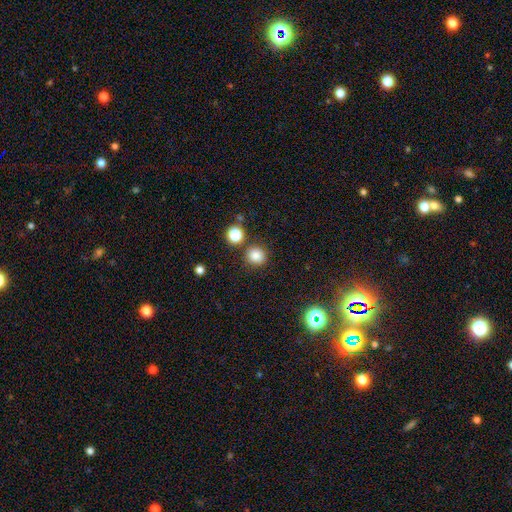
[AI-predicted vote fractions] Smooth or featured? Predicted: smooth (p=0.83). How rounded? Predicted: round (p=0.89). Merging? Predicted: none (p=0.83).